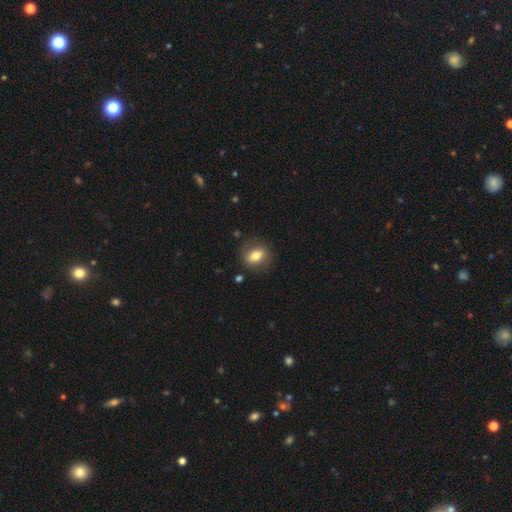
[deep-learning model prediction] Smooth or featured? Predicted: smooth (p=0.70). How rounded? Predicted: in between (p=0.53). Merging? Predicted: none (p=0.80).